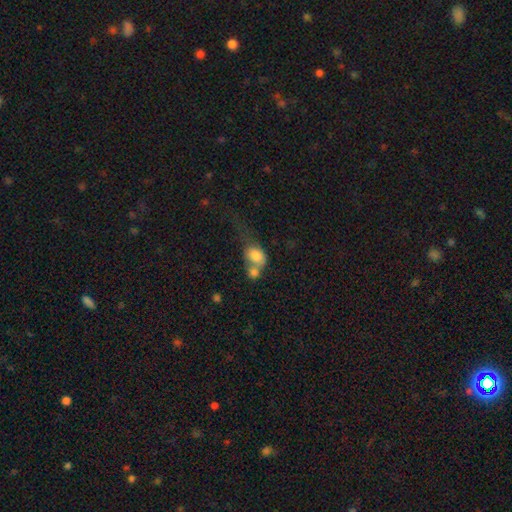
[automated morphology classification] type=smooth (78%); roundness=in between (65%); merging=merger (60%).